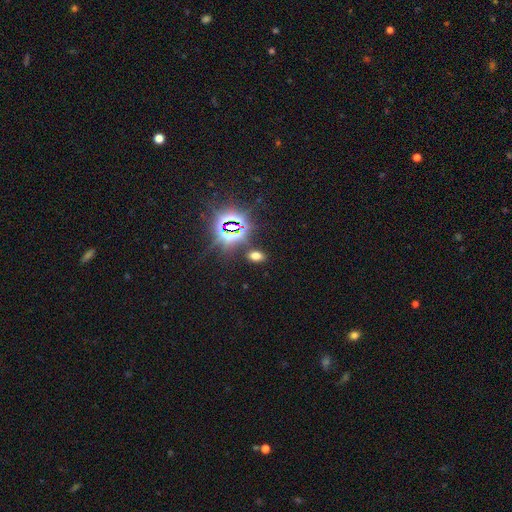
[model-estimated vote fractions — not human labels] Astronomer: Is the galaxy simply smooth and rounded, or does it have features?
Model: smooth — 55% (runner-up: star or artifact, 37%).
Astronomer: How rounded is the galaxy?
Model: in between — 87%.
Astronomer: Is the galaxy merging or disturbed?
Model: none — 84%.